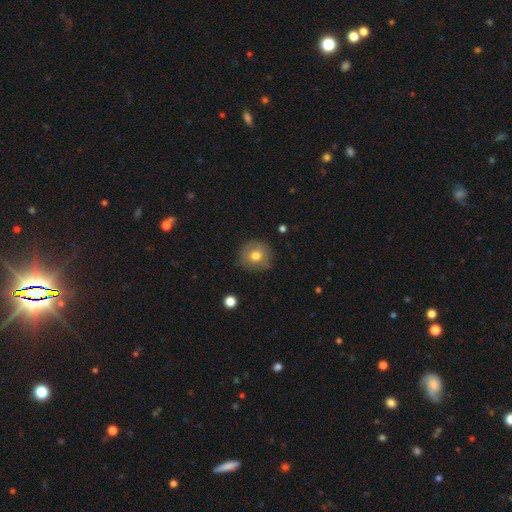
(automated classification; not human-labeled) The model was most divided on "smooth or featured": smooth: 69%, featured or disk: 22%, star or artifact: 9%. More confident: how rounded — round (91%); merging — none (82%).